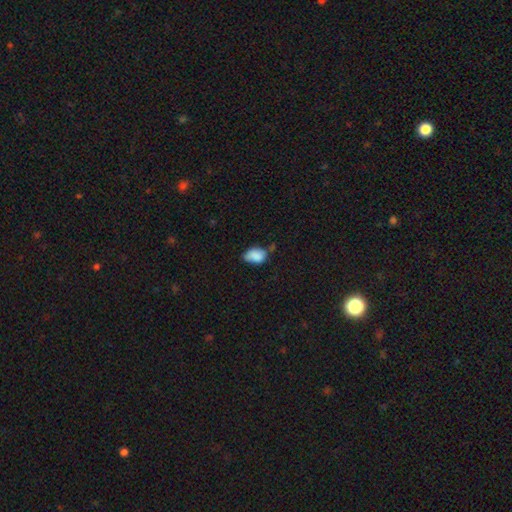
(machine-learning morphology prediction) Smooth or featured?
  - smooth: 85% *
  - star or artifact: 8%
  - featured or disk: 7%
How rounded?
  - in between: 84% *
  - round: 14%
  - cigar-shaped: 2%
Merging?
  - none: 45% *
  - minor disturbance: 39%
  - major disturbance: 9%
  - merger: 7%